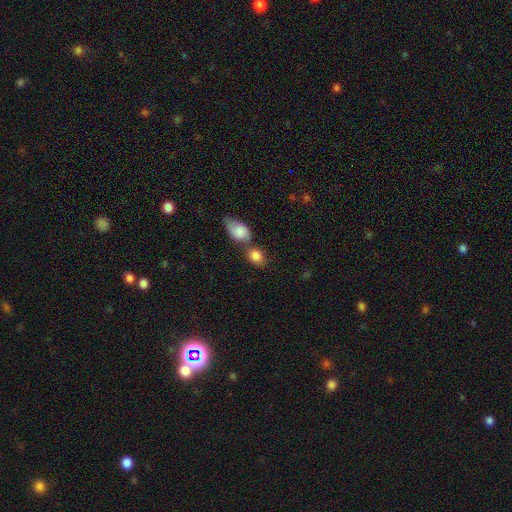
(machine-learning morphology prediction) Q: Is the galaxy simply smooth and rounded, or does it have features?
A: smooth — 85%.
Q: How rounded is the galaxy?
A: in between — 57%.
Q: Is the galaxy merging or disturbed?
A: merger — 47%.